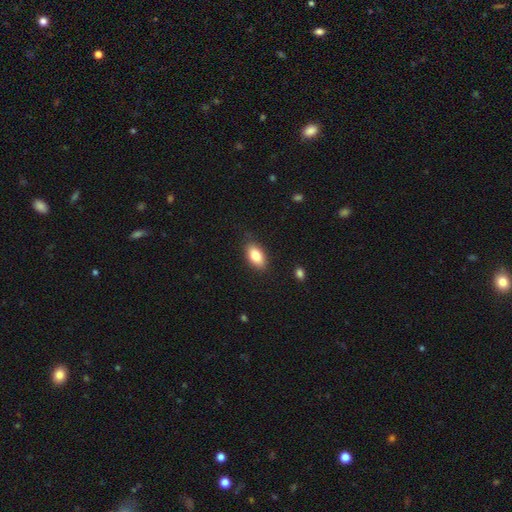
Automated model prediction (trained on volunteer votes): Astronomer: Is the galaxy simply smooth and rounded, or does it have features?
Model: smooth — 83%.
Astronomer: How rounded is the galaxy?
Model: in between — 91%.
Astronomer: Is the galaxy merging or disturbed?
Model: none — 85%.